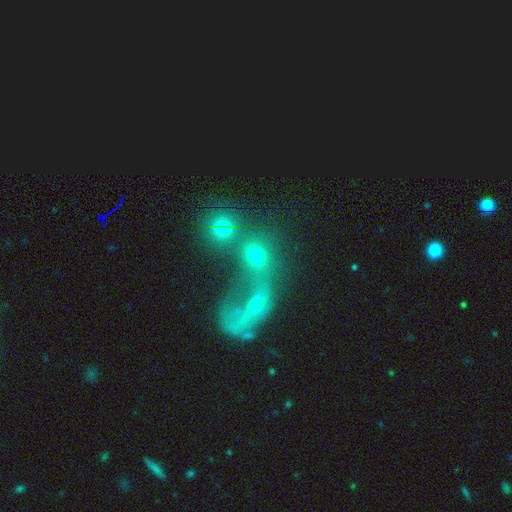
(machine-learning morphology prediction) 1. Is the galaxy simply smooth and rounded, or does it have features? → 59% smooth, 22% star or artifact, 19% featured or disk.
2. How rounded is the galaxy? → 58% round, 38% in between, 4% cigar-shaped.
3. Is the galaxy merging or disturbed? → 43% merger, 36% none, 11% major disturbance, 10% minor disturbance.